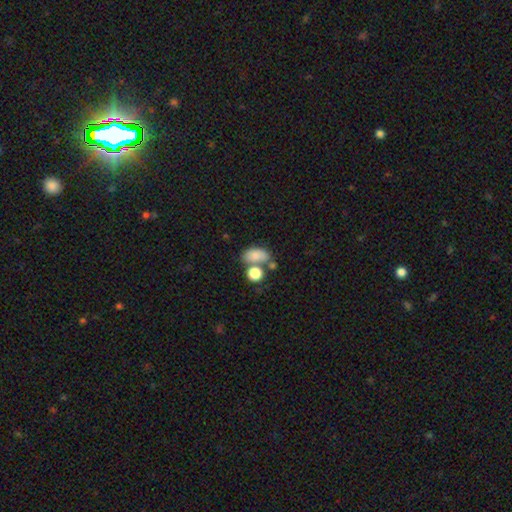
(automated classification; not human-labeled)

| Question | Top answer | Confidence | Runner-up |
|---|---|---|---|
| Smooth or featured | smooth | 79% | featured or disk (11%) |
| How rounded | in between | 84% | round (14%) |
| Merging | none | 46% | merger (31%) |